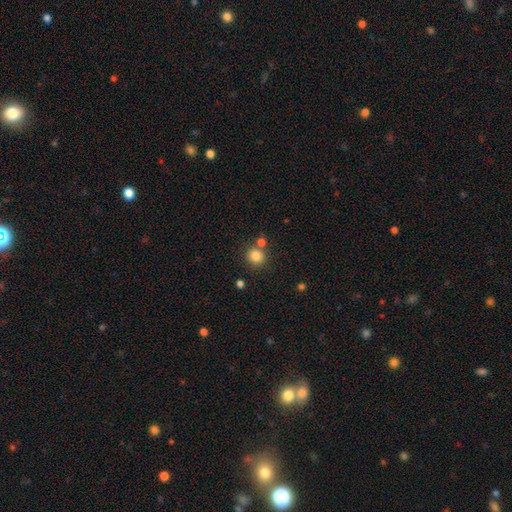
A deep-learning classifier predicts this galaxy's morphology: Smooth or featured?
  - smooth: 83% *
  - star or artifact: 11%
  - featured or disk: 5%
How rounded?
  - round: 86% *
  - in between: 13%
  - cigar-shaped: 1%
Merging?
  - none: 72% *
  - merger: 15%
  - minor disturbance: 9%
  - major disturbance: 3%